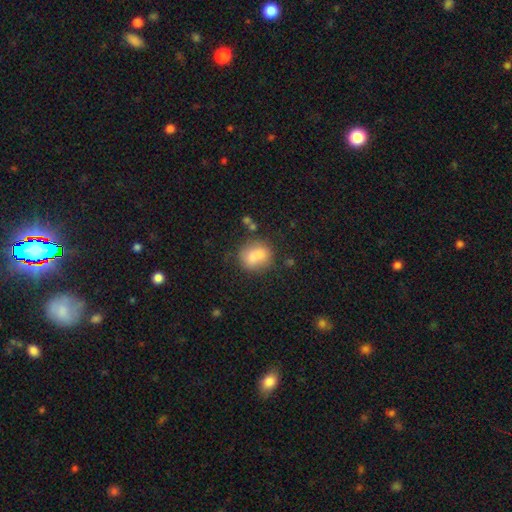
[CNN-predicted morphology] smooth_or_featured: smooth (p=0.69) [alt: featured or disk p=0.22]
how_rounded: round (p=0.71) [alt: in between p=0.27]
merging: merger (p=0.45) [alt: none p=0.40]